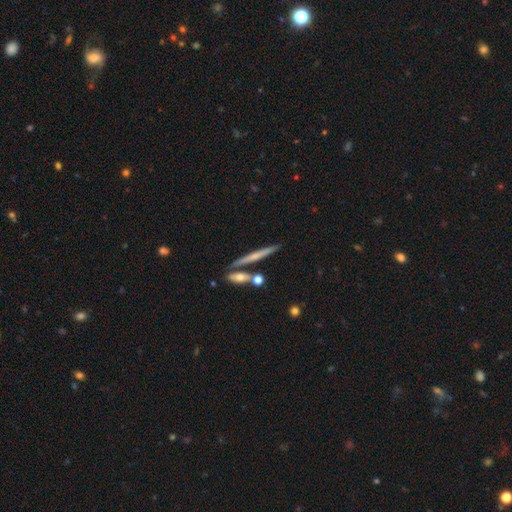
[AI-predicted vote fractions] smooth-or-featured: smooth: 47% | featured or disk: 46% | star or artifact: 7%
  merging: none: 76% | merger: 12% | minor disturbance: 9% | major disturbance: 3%